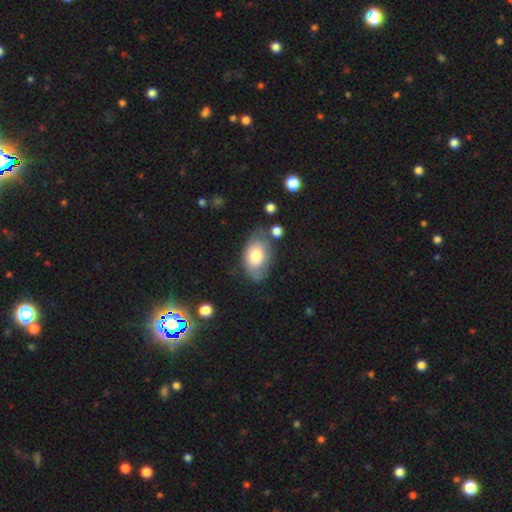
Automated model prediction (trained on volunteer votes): Smooth or featured? smooth (70%)
How rounded? in between (90%)
Merging? none (53%)